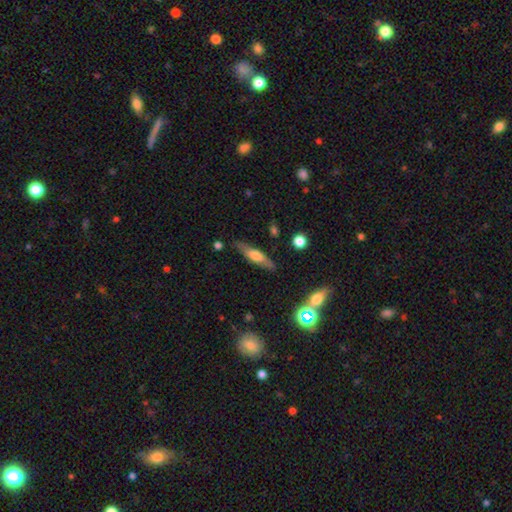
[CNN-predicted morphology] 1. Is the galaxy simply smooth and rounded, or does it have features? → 50% featured or disk, 43% smooth, 7% star or artifact.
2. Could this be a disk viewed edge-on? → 88% yes, 12% no.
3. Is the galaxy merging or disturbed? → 83% none, 12% minor disturbance, 3% major disturbance, 2% merger.